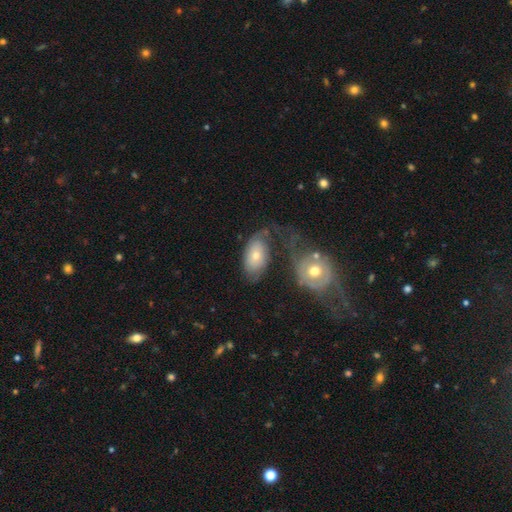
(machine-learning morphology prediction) Overall: smooth (52%; featured or disk 42%). How rounded: in between (89%). Merging: none (37%; minor disturbance 22%).